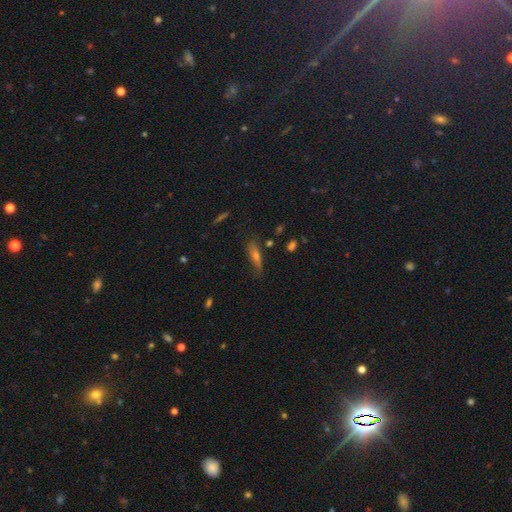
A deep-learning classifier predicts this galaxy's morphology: A smooth galaxy with no disk features (47%). Merging: none (71%).